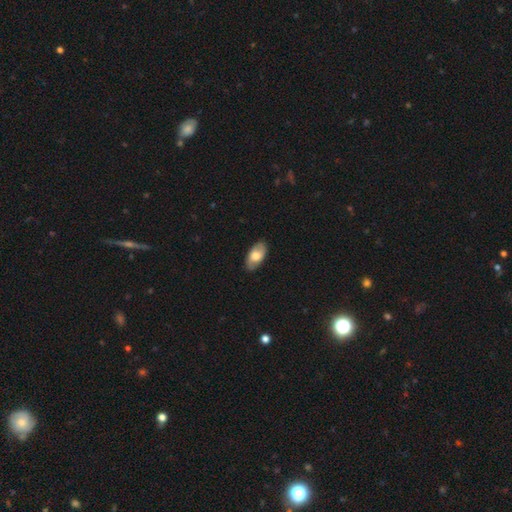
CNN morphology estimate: This appears to be a smooth galaxy with no disk features (67%) that is in between round and cigar-shaped (94%). Merging: none (86%).